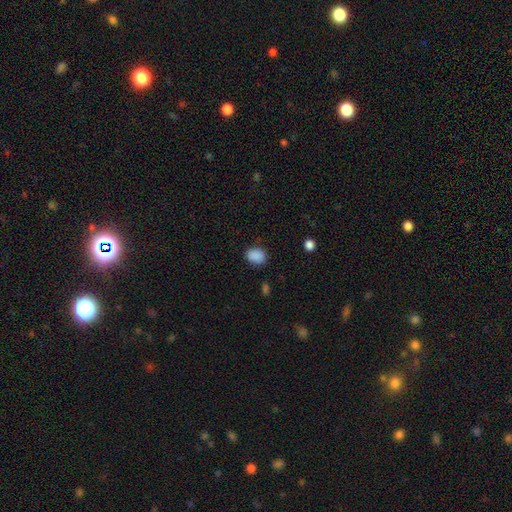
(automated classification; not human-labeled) The model was most divided on "how rounded": in between: 62%, round: 37%, cigar-shaped: 1%. More confident: smooth or featured — smooth (89%); merging — none (82%).